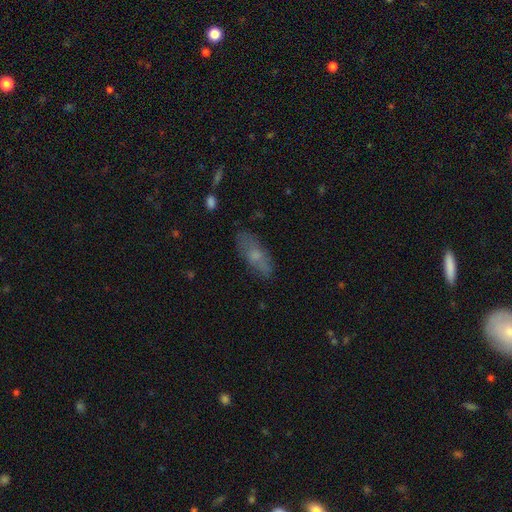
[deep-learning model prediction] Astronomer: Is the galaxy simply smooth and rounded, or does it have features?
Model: smooth — 60%.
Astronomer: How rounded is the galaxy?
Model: in between — 66%.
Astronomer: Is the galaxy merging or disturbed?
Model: none — 75%.